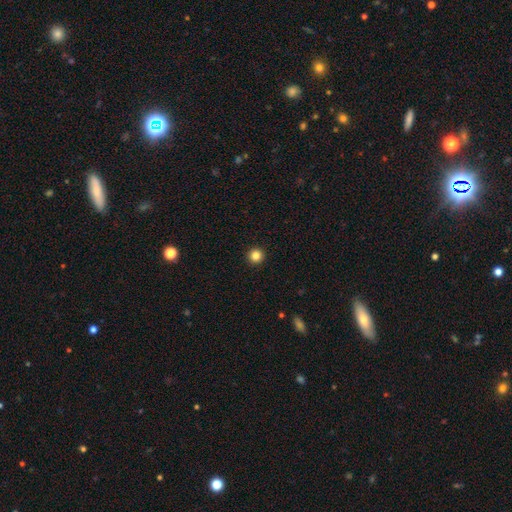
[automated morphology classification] This appears to be a smooth galaxy with no disk features (84%) that is round (96%). Merging: none (94%).